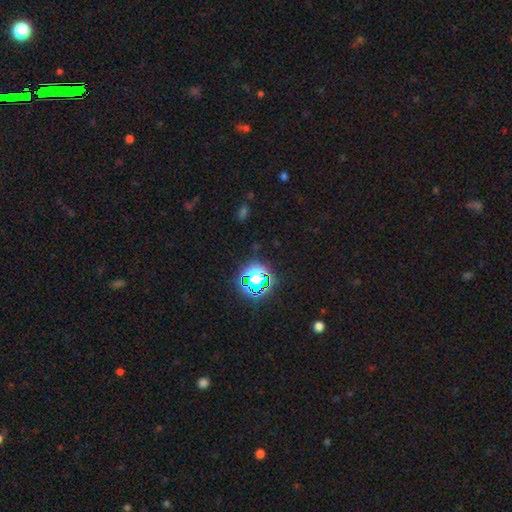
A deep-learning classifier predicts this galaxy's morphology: Smooth or featured: star or artifact — 76% (smooth — 16%)